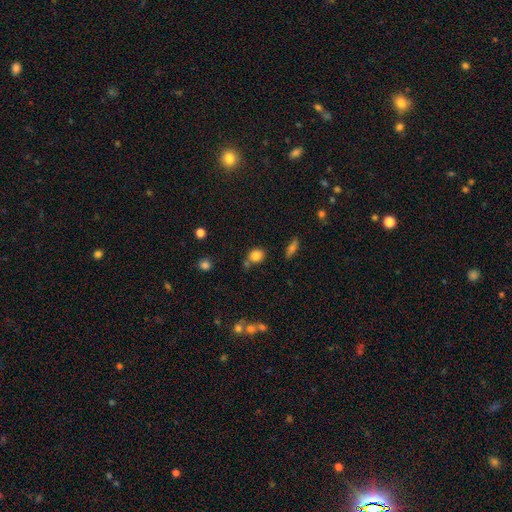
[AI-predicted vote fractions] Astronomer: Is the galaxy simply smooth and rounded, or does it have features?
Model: smooth — 82%.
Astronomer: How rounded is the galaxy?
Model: round — 65%.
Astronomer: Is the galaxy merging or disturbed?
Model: none — 62%.